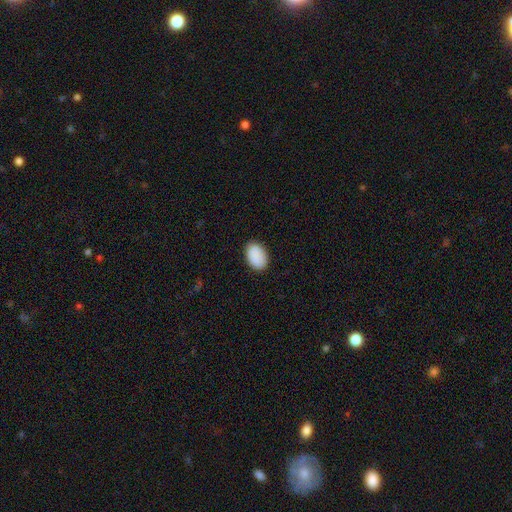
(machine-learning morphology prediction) The model was most divided on "merging": none: 87%, minor disturbance: 10%, major disturbance: 2%, merger: 1%. More confident: smooth or featured — smooth (91%); how rounded — in between (90%).